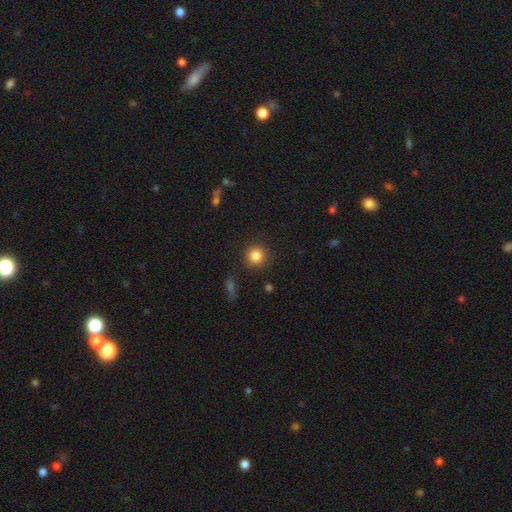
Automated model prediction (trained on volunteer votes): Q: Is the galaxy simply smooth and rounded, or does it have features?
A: smooth — 84%.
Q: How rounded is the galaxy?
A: round — 93%.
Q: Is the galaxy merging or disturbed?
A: none — 89%.